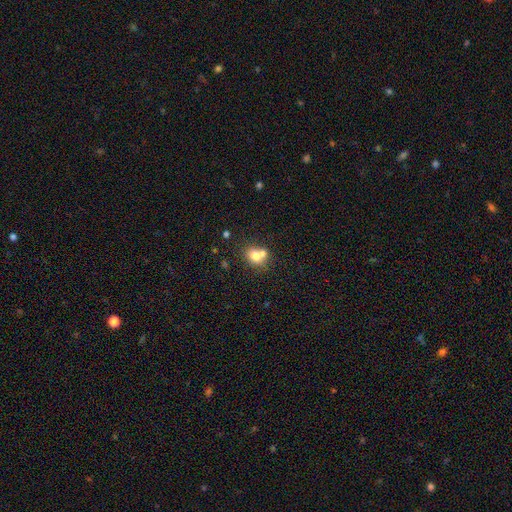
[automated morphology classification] Overall: smooth (73%). How rounded: round (66%; in between 33%). Merging: none (44%; merger 43%).